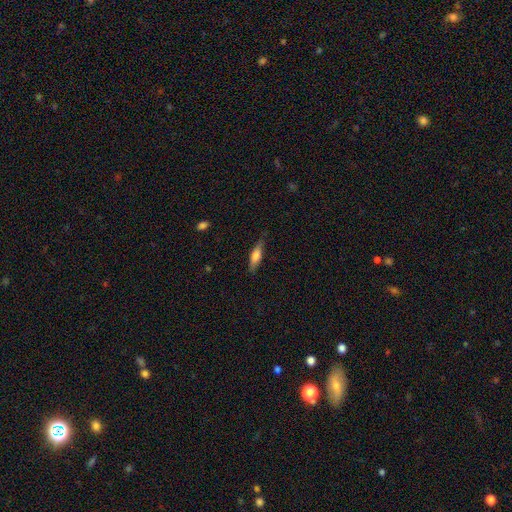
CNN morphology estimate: Overall: smooth (62%; featured or disk 31%). How rounded: cigar-shaped (62%; in between 36%). Merging: none (79%).